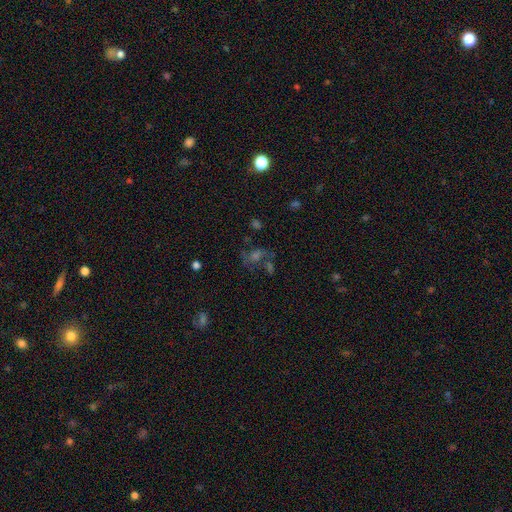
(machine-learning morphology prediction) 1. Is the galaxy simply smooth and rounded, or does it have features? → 37% featured or disk (tied), 37% star or artifact (tied), 27% smooth.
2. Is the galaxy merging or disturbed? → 54% none, 17% major disturbance, 16% minor disturbance, 13% merger.